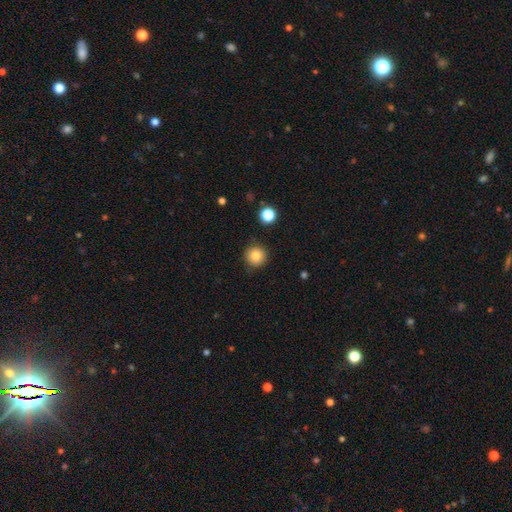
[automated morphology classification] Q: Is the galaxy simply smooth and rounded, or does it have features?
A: smooth — 83%.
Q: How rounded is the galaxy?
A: round — 95%.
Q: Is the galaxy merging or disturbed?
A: none — 88%.